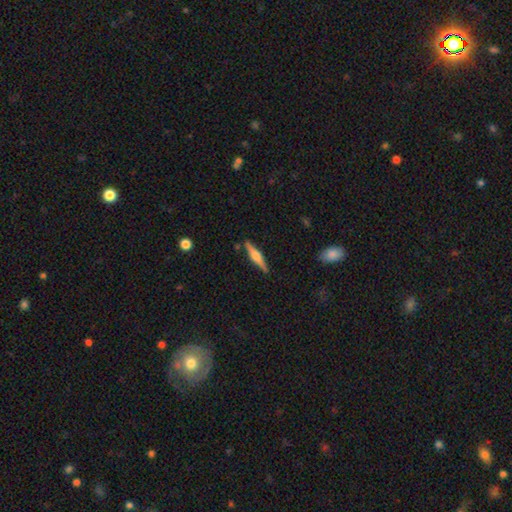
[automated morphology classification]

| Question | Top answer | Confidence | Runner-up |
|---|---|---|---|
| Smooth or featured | featured or disk | 67% | smooth (27%) |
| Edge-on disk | yes | 98% | no (2%) |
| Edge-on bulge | rounded | 84% | boxy (12%) |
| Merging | none | 88% | minor disturbance (9%) |